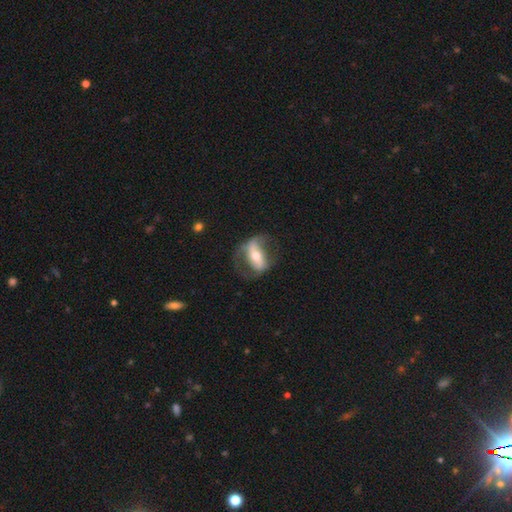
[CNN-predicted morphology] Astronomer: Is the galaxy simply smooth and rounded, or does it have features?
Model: featured or disk — 68%.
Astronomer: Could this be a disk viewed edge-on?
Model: no — 85%.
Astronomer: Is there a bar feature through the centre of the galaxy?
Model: strong — 56%.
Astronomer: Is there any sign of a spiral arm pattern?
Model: yes — 61% (runner-up: no, 39%).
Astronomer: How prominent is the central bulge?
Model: moderate — 61%.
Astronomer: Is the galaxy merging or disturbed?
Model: none — 52%.